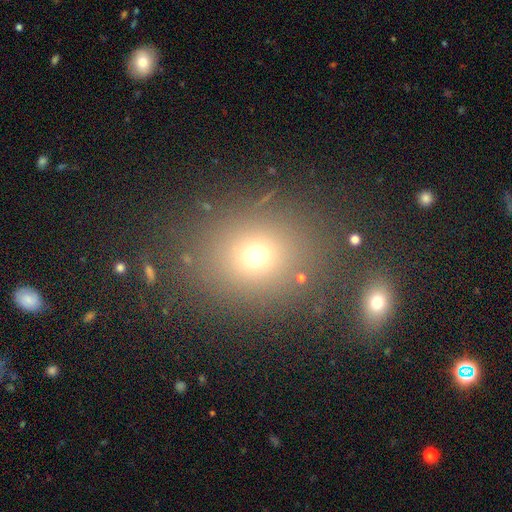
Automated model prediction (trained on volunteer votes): This is likely a smooth galaxy (67%). How rounded: likely round (64%). Merging: clearly none (81%).